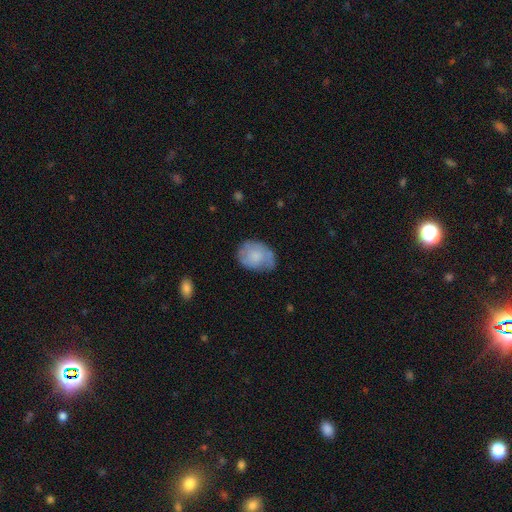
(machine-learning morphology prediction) smooth_or_featured: smooth (p=0.63) [alt: featured or disk p=0.30]
how_rounded: in between (p=0.66) [alt: round p=0.33]
merging: none (p=0.53) [alt: minor disturbance p=0.33]